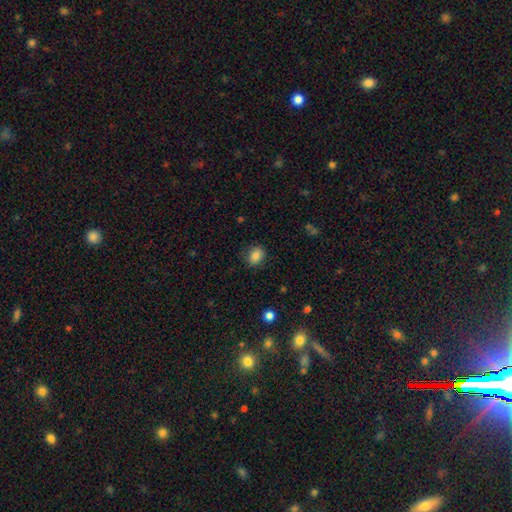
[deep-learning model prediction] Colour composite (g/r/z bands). It shows a smooth galaxy with no disk features (84%) that is in between round and cigar-shaped (56%). Merging: none (84%).